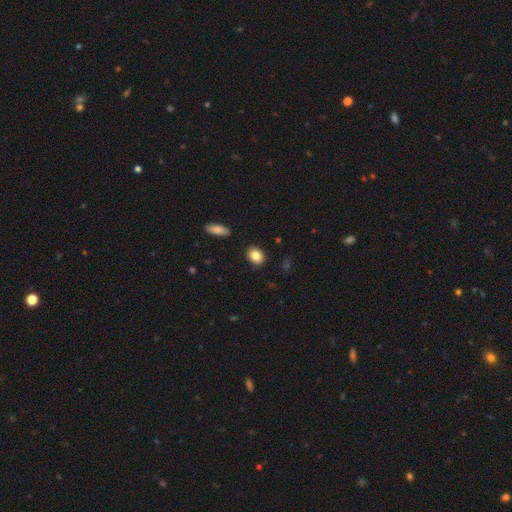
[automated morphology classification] Q: Smooth or featured?
A: smooth (83%); runner-up: star or artifact (8%)
Q: How rounded?
A: in between (52%); runner-up: round (47%)
Q: Merging?
A: none (89%); runner-up: minor disturbance (8%)